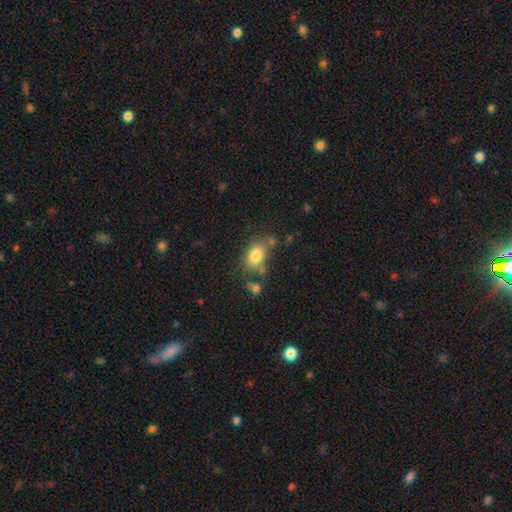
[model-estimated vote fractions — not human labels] smooth 80%, featured or disk 10%, star or artifact 9%. Down the decision tree: how rounded — in between (77%); merging — none (60%).